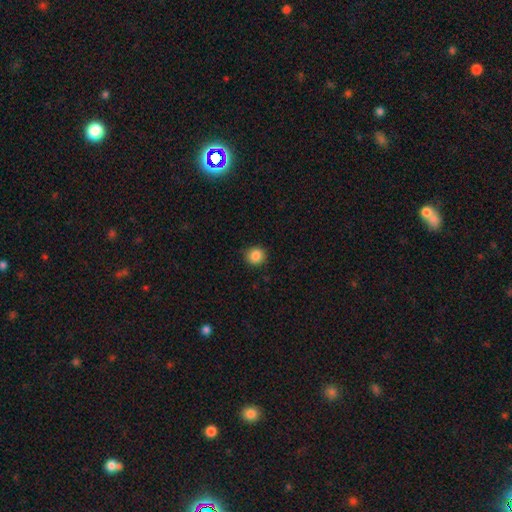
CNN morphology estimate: Smooth or featured? smooth (87%)
How rounded? round (91%)
Merging? none (90%)